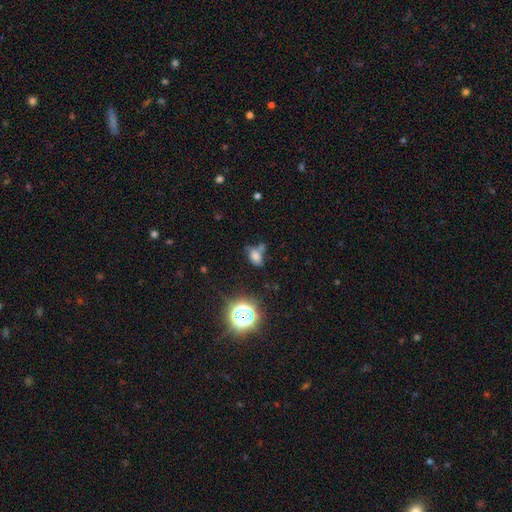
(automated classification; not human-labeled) This is likely a smooth galaxy (67%). How rounded: clearly in between (82%). Merging: possibly none (46%).